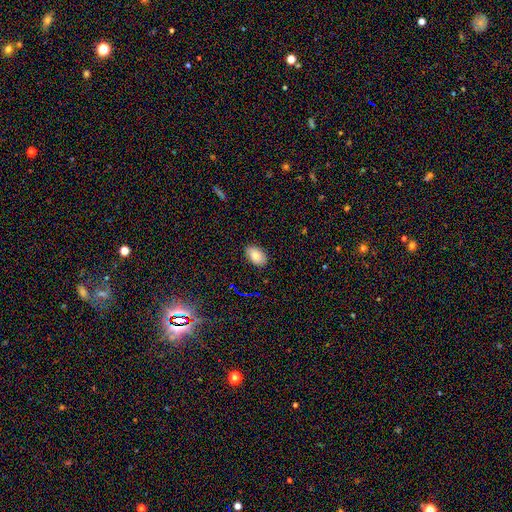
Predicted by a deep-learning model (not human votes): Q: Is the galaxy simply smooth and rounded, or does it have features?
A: smooth — 78%.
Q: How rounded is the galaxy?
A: in between — 90%.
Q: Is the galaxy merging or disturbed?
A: none — 85%.